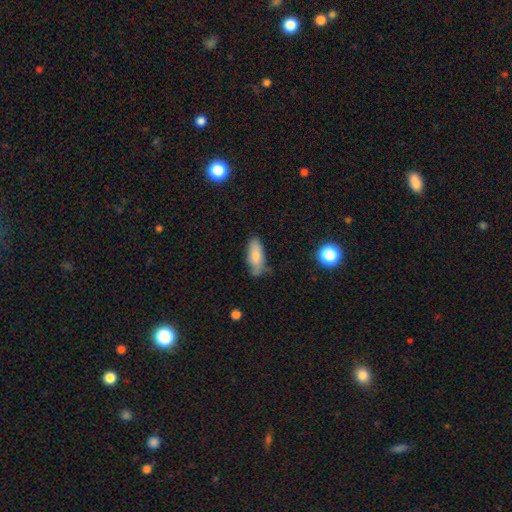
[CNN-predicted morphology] This is likely a smooth galaxy (77%). How rounded: likely in between (75%). Merging: likely none (70%).